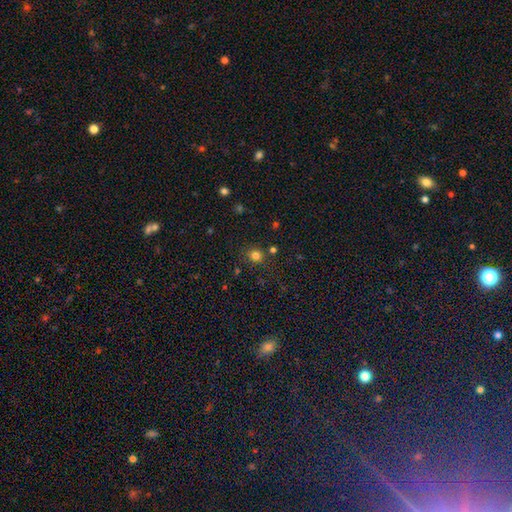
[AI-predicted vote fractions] Smooth or featured? Predicted: smooth (p=0.79). How rounded? Predicted: round (p=0.85). Merging? Predicted: none (p=0.82).